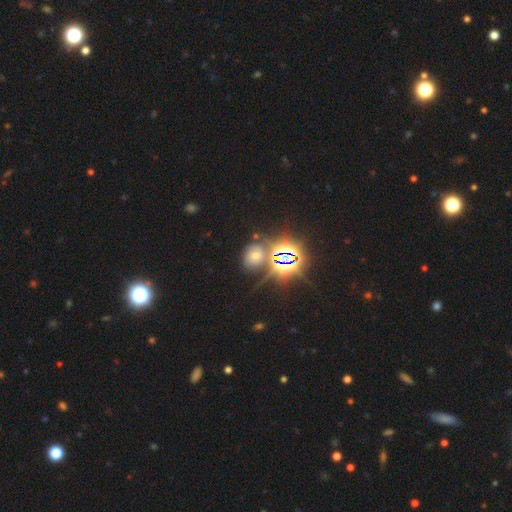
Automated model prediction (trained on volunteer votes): smooth_or_featured: star or artifact (p=0.50) [alt: smooth p=0.36]